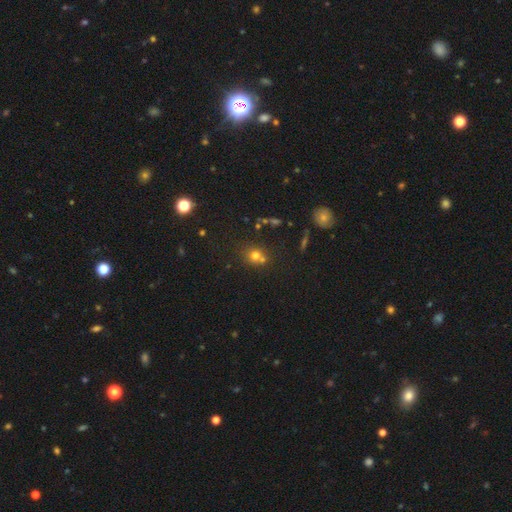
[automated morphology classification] Smooth or featured? Predicted: smooth (p=0.68). How rounded? Predicted: round (p=0.80). Merging? Predicted: none (p=0.53).